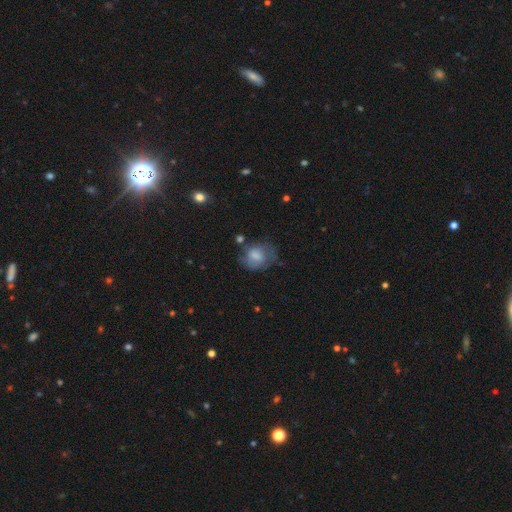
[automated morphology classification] type=smooth (61%); roundness=in between (52%); merging=none (46%).